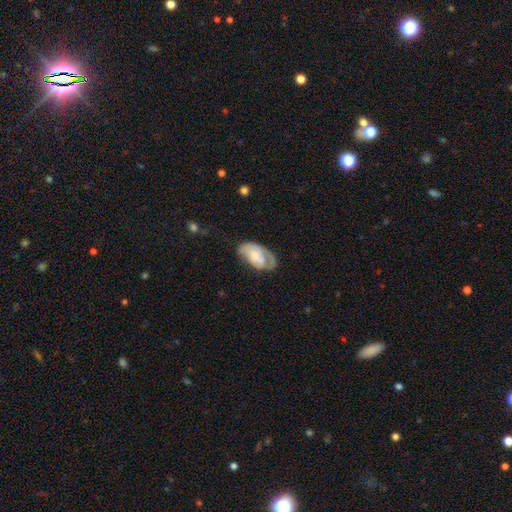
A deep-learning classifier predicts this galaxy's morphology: smooth-or-featured: featured or disk: 50% | smooth: 44% | star or artifact: 6%
  disk-edge-on: no: 94% | yes: 6%
  merging: none: 46% | minor disturbance: 32% | major disturbance: 17% | merger: 5%